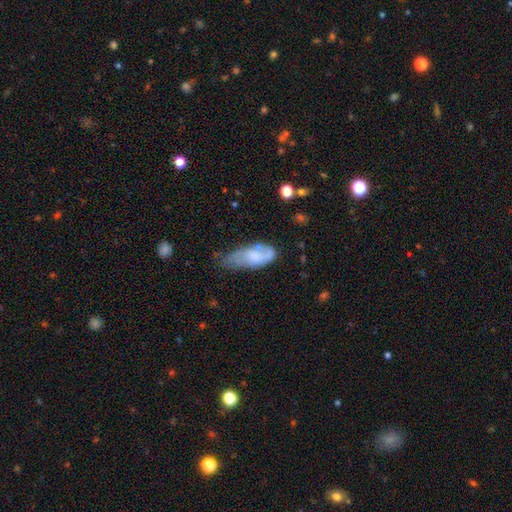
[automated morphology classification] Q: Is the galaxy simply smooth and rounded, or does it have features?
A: smooth — 52%.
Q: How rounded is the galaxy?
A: in between — 84%.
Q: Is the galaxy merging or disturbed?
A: minor disturbance — 38%.